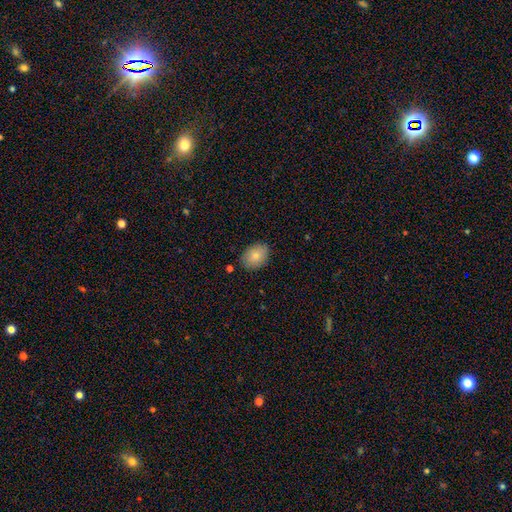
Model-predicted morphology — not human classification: Smooth or featured? Predicted: smooth (p=0.79). How rounded? Predicted: in between (p=0.71). Merging? Predicted: none (p=0.82).